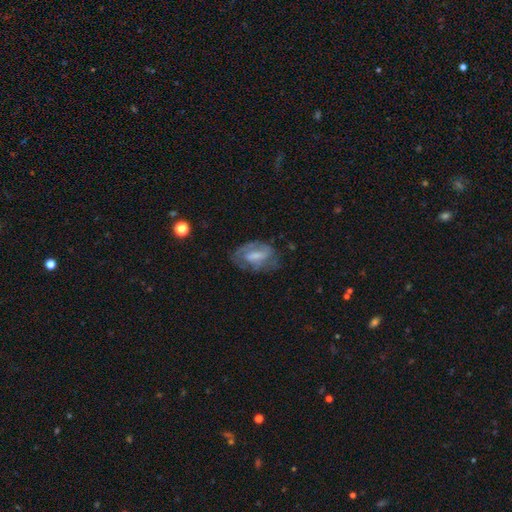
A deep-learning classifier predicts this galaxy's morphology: Overall: featured or disk (62%; smooth 30%). Edge-on disk: no (94%). Bar: weak (47%; strong 29%). Spiral arms: yes (71%). Bulge size: small (42%; moderate 31%). Merging: none (58%; minor disturbance 25%).